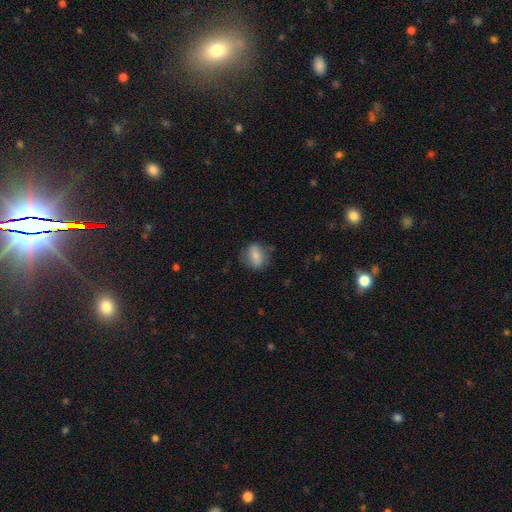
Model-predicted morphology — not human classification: smooth_or_featured: smooth (p=0.69) [alt: featured or disk p=0.23]
how_rounded: in between (p=0.55) [alt: round p=0.41]
merging: none (p=0.71) [alt: minor disturbance p=0.20]